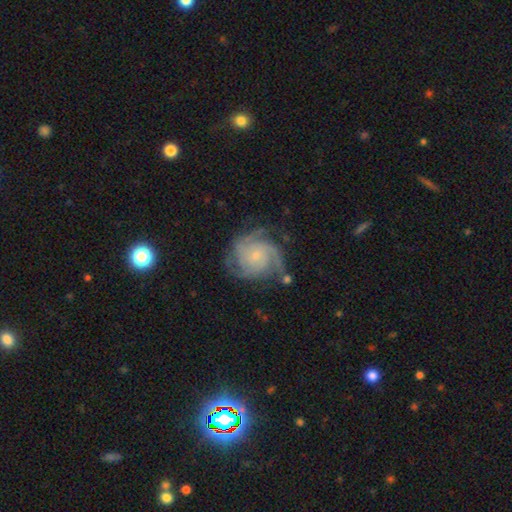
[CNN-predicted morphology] This appears to be a featured or disk galaxy (87%) with no bar (77%), 3 (38%) tight (58%) spiral arms (97%) and a small central bulge (79%). Merging: none (68%).